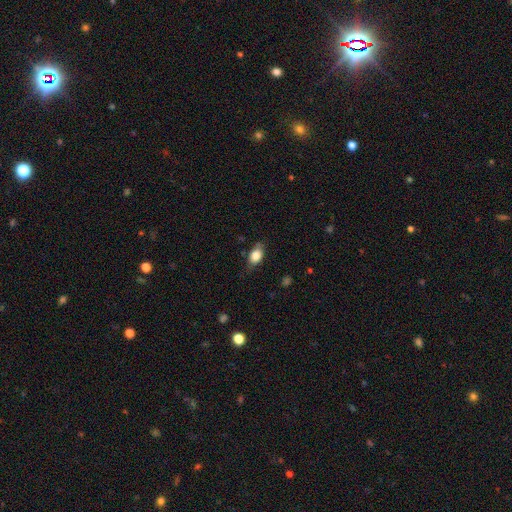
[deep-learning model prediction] smooth 80%, featured or disk 12%, star or artifact 8%. Down the decision tree: how rounded — in between (82%); merging — none (70%).